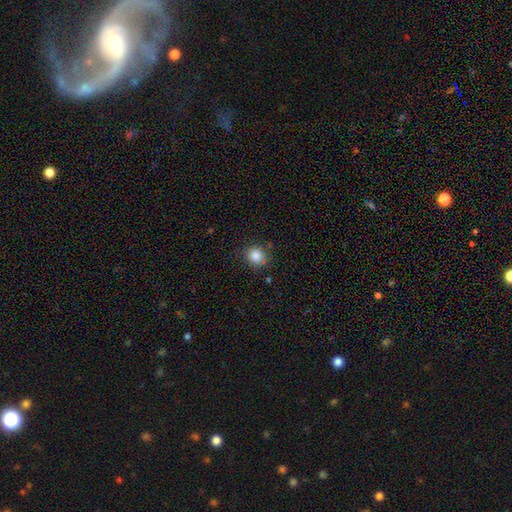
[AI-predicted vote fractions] smooth 85%, star or artifact 10%, featured or disk 5%. Down the decision tree: how rounded — round (83%); merging — none (84%).